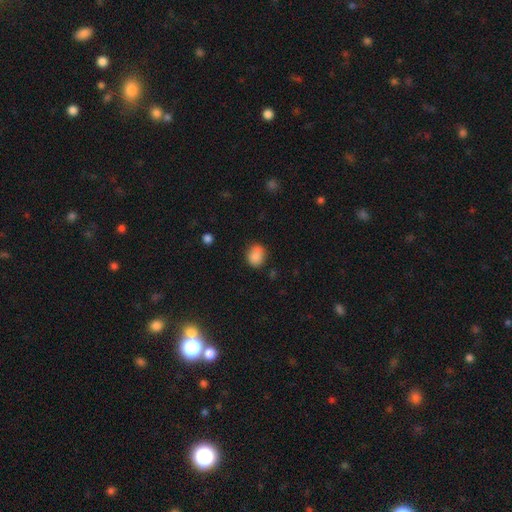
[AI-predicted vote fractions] A smooth galaxy with no disk features (86%) that is round (55%).

Vote fractions:
- Smooth or featured? smooth: 86% / star or artifact: 9% / featured or disk: 5%
- How rounded? round: 55% / in between: 44% / cigar-shaped: 1%
- Merging? none: 76% / minor disturbance: 18% / major disturbance: 4% / merger: 3%